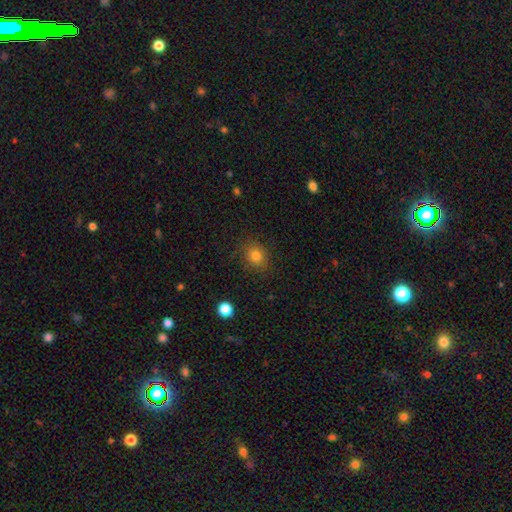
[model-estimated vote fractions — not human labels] smooth-or-featured: smooth: 80% | star or artifact: 13% | featured or disk: 7%
  how-rounded: round: 70% | in between: 29% | cigar-shaped: 1%
  merging: none: 84% | minor disturbance: 11% | major disturbance: 4% | merger: 1%